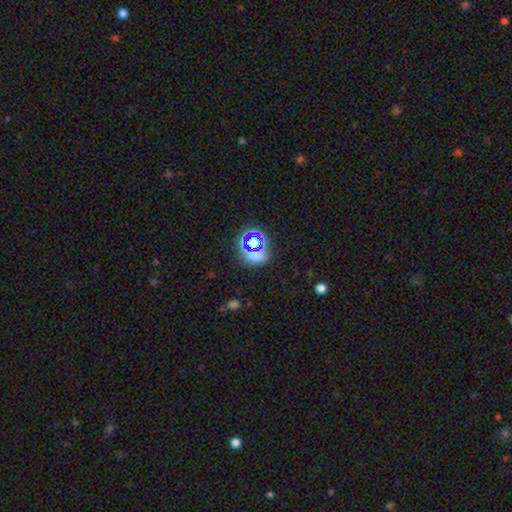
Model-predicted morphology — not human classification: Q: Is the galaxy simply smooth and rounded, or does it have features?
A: smooth — 49%.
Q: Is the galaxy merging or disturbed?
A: none — 68%.